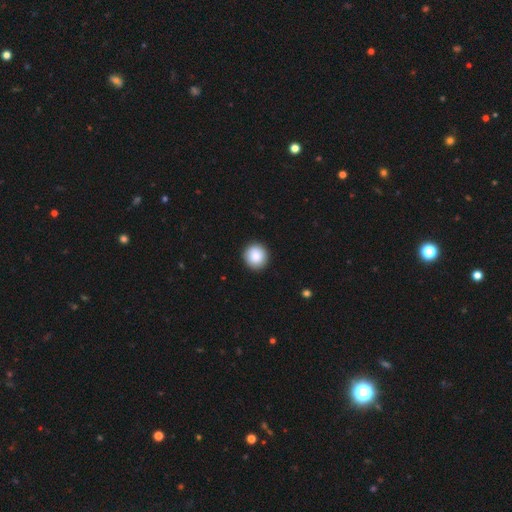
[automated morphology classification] type=smooth (88%); roundness=round (94%); merging=none (92%).